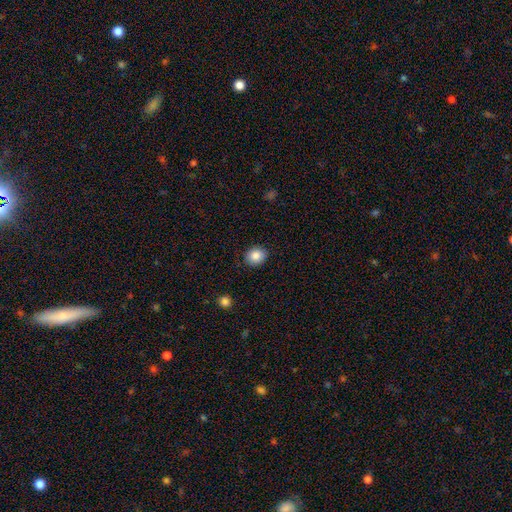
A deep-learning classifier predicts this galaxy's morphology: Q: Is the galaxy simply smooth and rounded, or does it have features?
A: smooth — 85%.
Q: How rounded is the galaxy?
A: round — 68%.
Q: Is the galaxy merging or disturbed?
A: none — 89%.